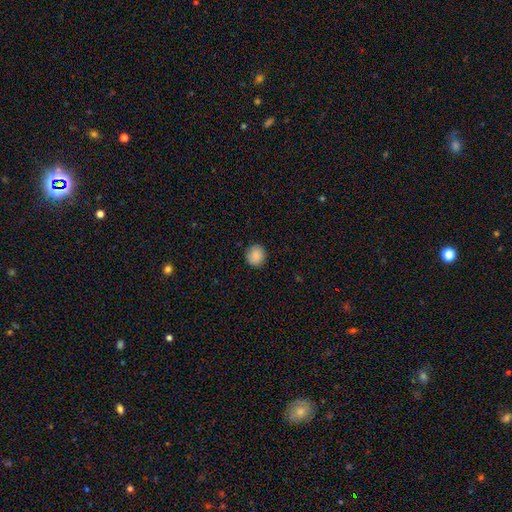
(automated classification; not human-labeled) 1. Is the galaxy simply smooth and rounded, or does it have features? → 88% smooth, 8% star or artifact, 4% featured or disk.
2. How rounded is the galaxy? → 84% round, 15% in between, 1% cigar-shaped.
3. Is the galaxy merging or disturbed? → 89% none, 8% minor disturbance, 2% major disturbance, 1% merger.